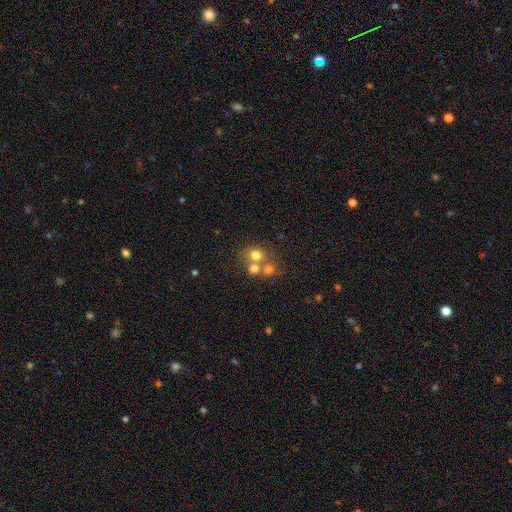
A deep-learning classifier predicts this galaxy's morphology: A smooth galaxy with no disk features (70%) that is round (78%). Merging: merger (50%).